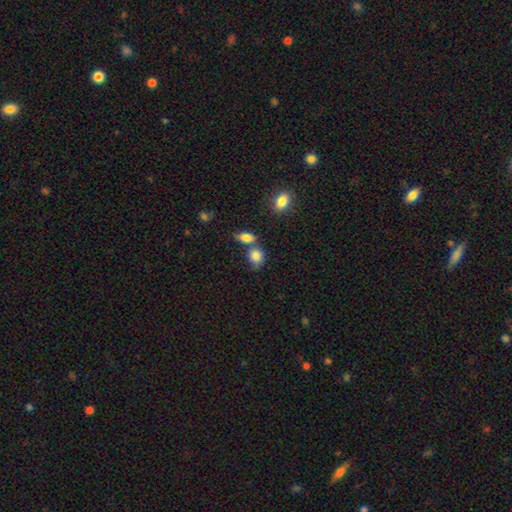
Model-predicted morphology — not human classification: Smooth or featured? smooth (84%)
How rounded? round (56%)
Merging? none (51%)